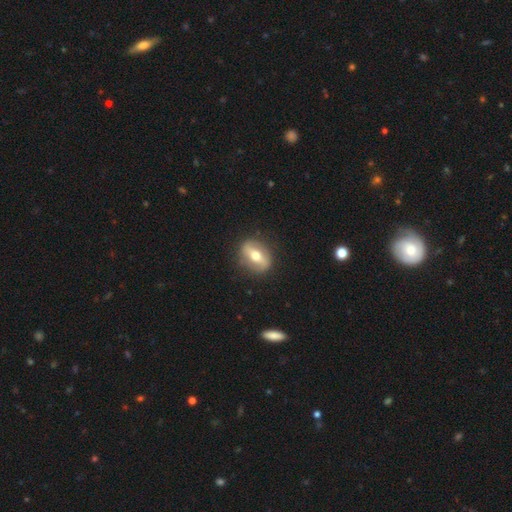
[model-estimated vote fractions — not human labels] Overall: featured or disk (58%; smooth 36%). Edge-on disk: no (73%). Merging: none (84%).